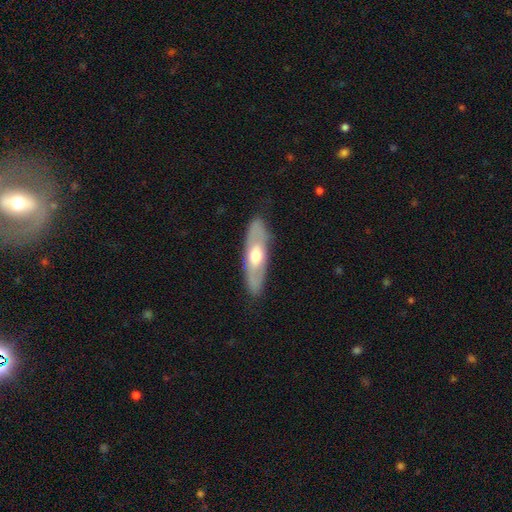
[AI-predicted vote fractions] A featured or disk galaxy (51%). Merging: none (84%).